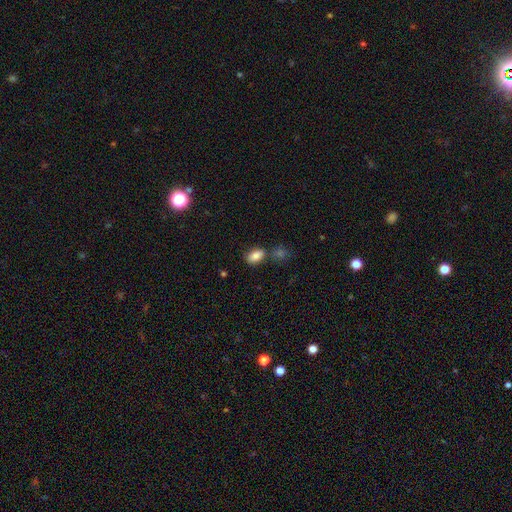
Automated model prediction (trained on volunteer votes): This appears to be a smooth galaxy with no disk features (85%) that is in between round and cigar-shaped (89%). Merging: none (67%).